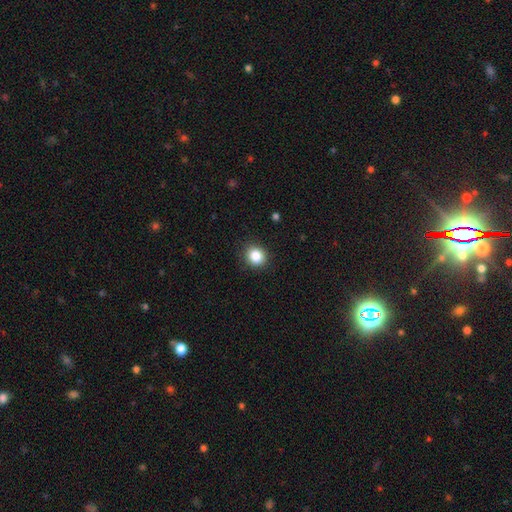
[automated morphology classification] A smooth galaxy with no disk features (85%) that is round (81%). Merging: none (89%).